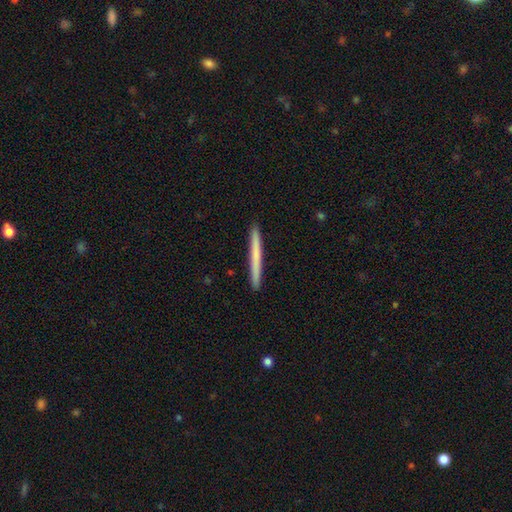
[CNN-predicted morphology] Smooth or featured: smooth — 64% (featured or disk — 30%)
How rounded: cigar-shaped — 98% (in between — 1%)
Merging: none — 93% (minor disturbance — 4%)